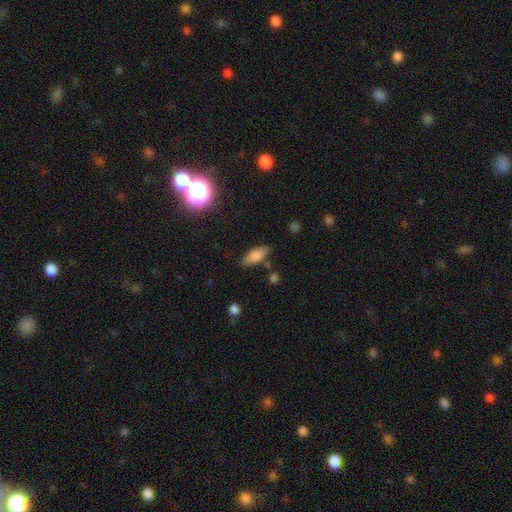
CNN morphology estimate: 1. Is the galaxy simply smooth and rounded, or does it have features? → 81% smooth, 10% featured or disk, 9% star or artifact.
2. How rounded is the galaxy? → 82% in between, 16% cigar-shaped, 3% round.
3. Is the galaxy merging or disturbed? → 78% none, 15% minor disturbance, 4% merger, 3% major disturbance.